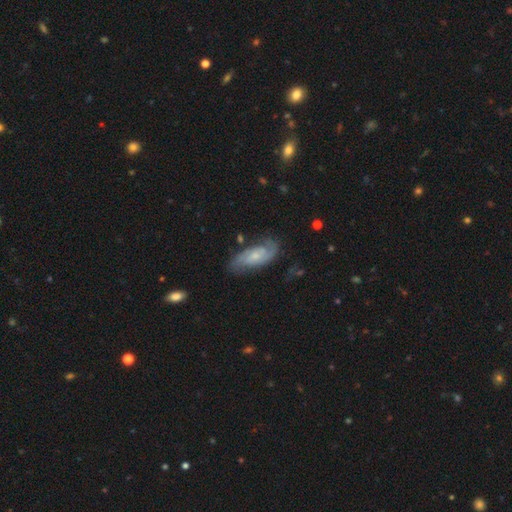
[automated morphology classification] Smooth or featured? featured or disk (72%)
Edge-on disk? no (93%)
Bar? no (63%)
Spiral arms? yes (92%)
Spiral winding? medium (44%)
Spiral arm count? 2 (74%)
Bulge size? small (61%)
Merging? none (69%)